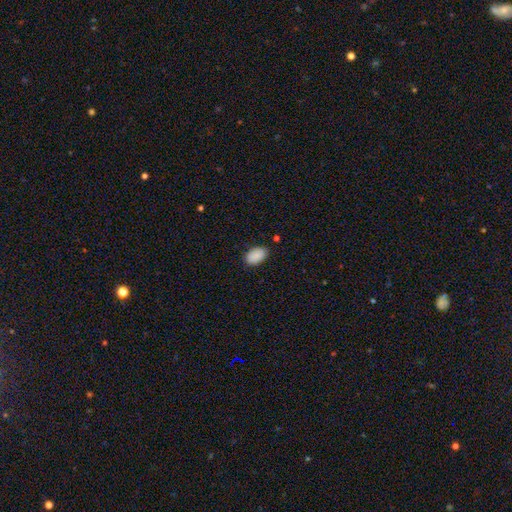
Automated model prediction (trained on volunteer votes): Q: Smooth or featured?
A: smooth (90%); runner-up: star or artifact (7%)
Q: How rounded?
A: in between (91%); runner-up: round (8%)
Q: Merging?
A: none (83%); runner-up: minor disturbance (13%)